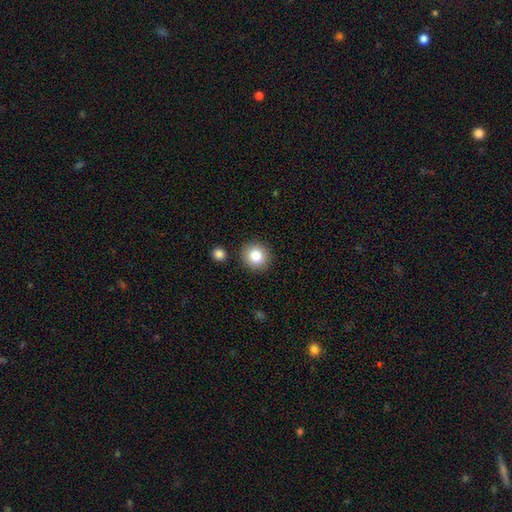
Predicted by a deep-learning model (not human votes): The model was most divided on "smooth or featured": smooth: 84%, star or artifact: 9%, featured or disk: 7%. More confident: how rounded — round (90%); merging — none (88%).